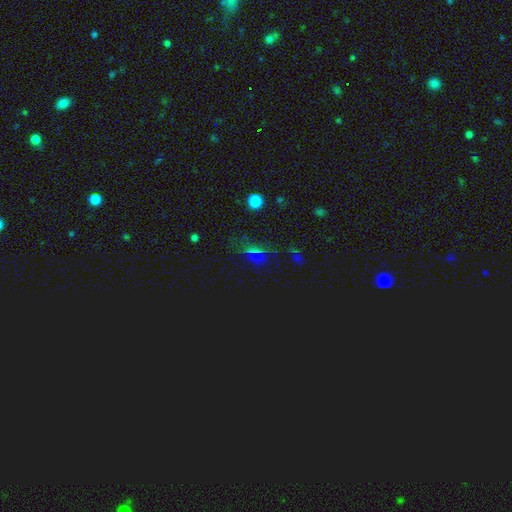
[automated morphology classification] star or artifact 62%, smooth 29%, featured or disk 9%.